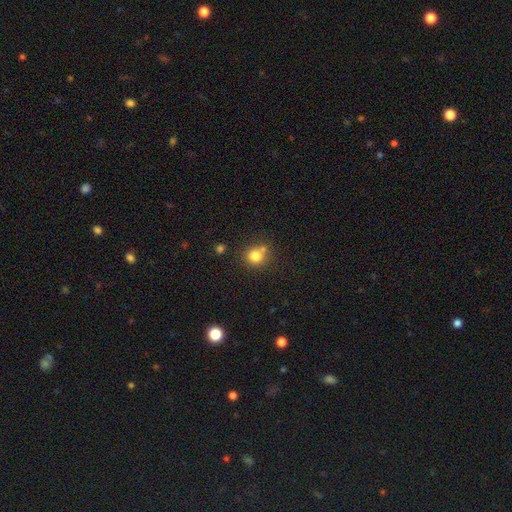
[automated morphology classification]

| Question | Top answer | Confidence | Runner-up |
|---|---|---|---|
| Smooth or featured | smooth | 79% | star or artifact (12%) |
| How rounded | round | 85% | in between (15%) |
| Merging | none | 61% | merger (23%) |